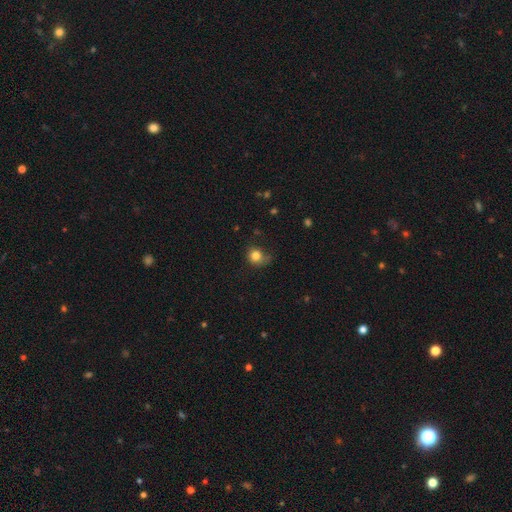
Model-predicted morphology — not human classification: Smooth or featured? Predicted: smooth (p=0.80). How rounded? Predicted: round (p=0.77). Merging? Predicted: none (p=0.53).